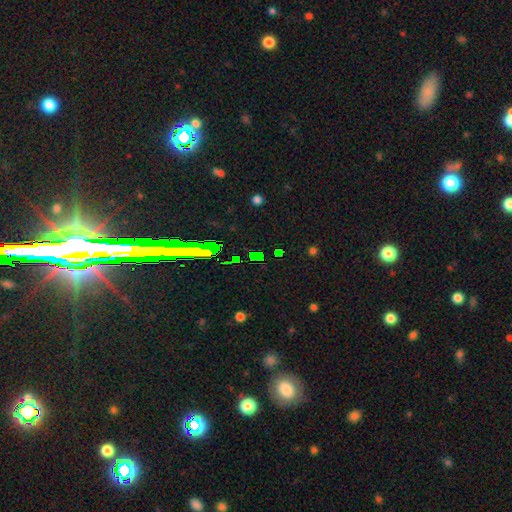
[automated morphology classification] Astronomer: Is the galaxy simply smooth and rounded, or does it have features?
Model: star or artifact — 71%.